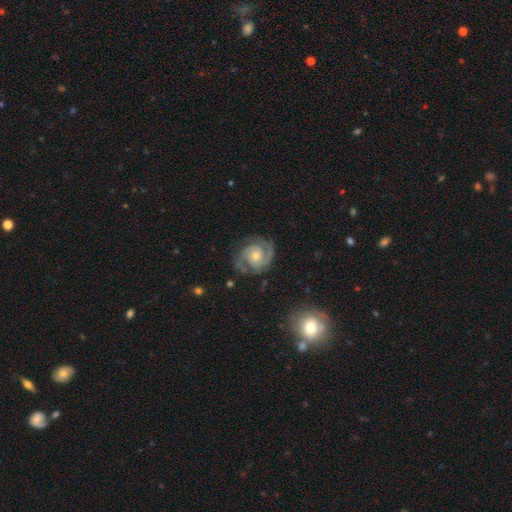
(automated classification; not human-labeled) Smooth or featured: featured or disk — 90% (smooth — 6%)
Edge-on disk: no — 98% (yes — 2%)
Bar: no — 70% (weak — 25%)
Spiral arms: yes — 98% (no — 2%)
Spiral winding: tight — 48% (medium — 44%)
Spiral arm count: 2 — 78% (3 — 11%)
Bulge size: moderate — 49% (small — 46%)
Merging: none — 77% (minor disturbance — 15%)